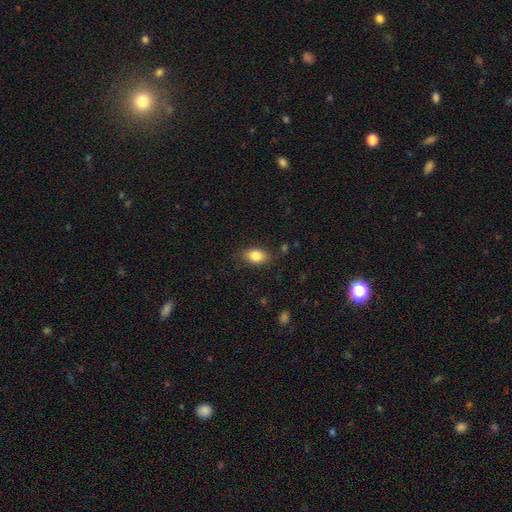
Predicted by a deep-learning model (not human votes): Morphology: type=smooth (84%); roundness=in between (87%); merging=none (82%).